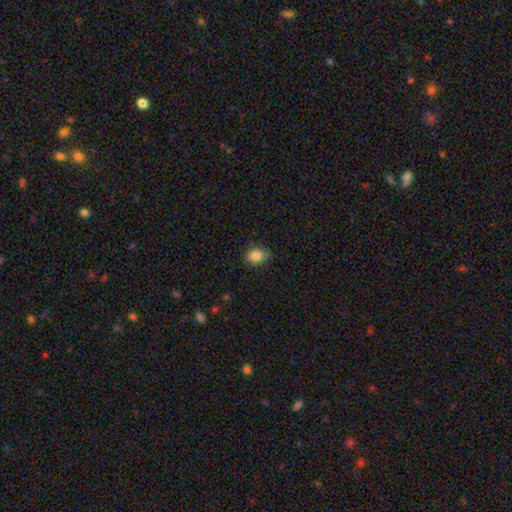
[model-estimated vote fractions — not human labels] A smooth galaxy with no disk features (85%) that is in between round and cigar-shaped (50%). Merging: none (76%).